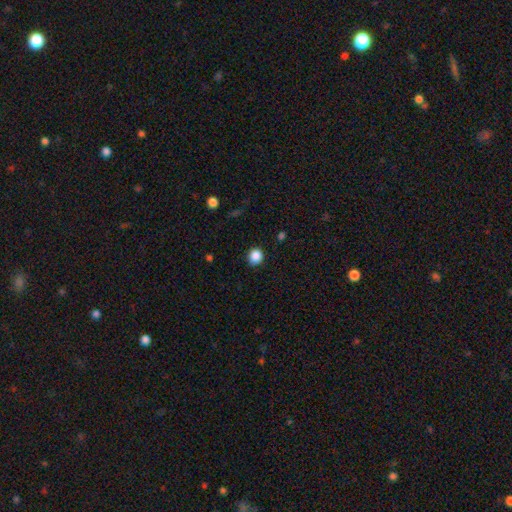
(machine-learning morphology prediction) A smooth galaxy with no disk features (87%) that is round (85%).

Vote fractions:
- Smooth or featured? smooth: 87% / star or artifact: 10% / featured or disk: 3%
- How rounded? round: 85% / in between: 14% / cigar-shaped: 1%
- Merging? none: 88% / minor disturbance: 8% / major disturbance: 2% / merger: 1%